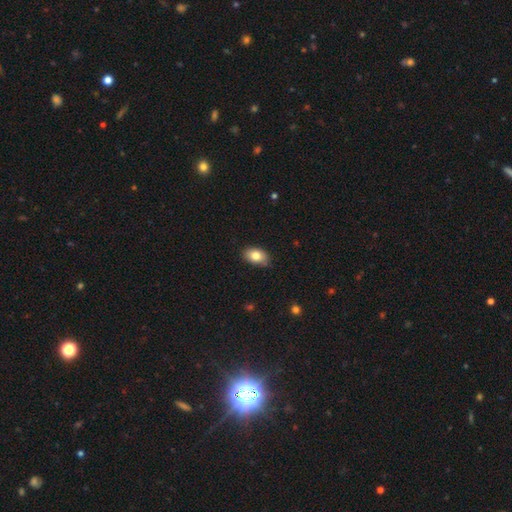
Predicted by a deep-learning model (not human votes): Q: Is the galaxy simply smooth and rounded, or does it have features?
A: smooth — 81%.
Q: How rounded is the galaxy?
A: in between — 89%.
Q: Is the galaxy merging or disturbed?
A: none — 81%.